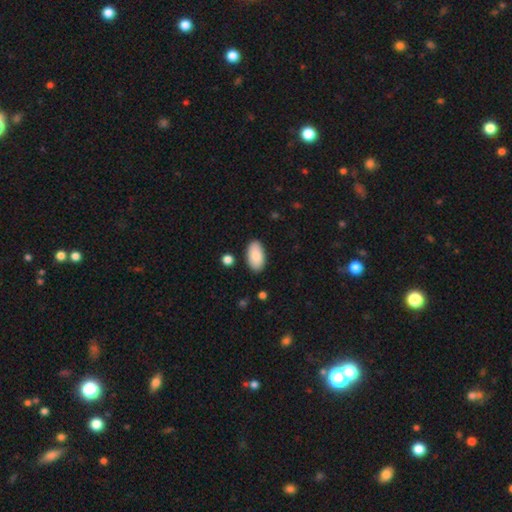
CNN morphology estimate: A smooth galaxy with no disk features (87%) that is in between round and cigar-shaped (96%). Merging: none (86%).